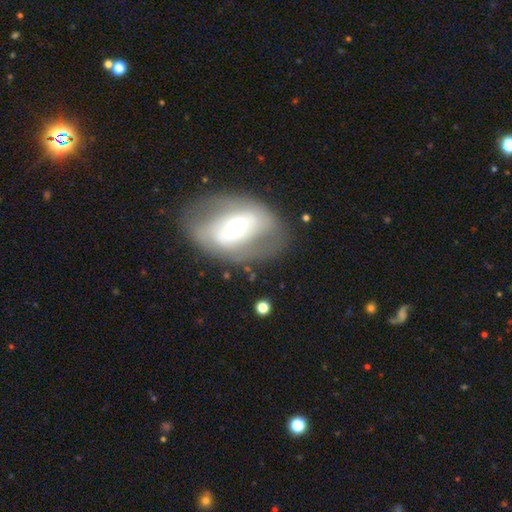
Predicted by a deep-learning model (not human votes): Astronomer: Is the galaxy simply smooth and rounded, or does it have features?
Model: featured or disk — 63%.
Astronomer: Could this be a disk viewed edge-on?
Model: no — 91%.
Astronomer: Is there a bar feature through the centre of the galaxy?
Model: strong — 42% (runner-up: weak, 32%).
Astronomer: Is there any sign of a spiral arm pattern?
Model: no — 55% (runner-up: yes, 45%).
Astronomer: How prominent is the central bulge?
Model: moderate — 54% (runner-up: small, 35%).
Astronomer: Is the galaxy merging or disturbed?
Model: none — 73%.